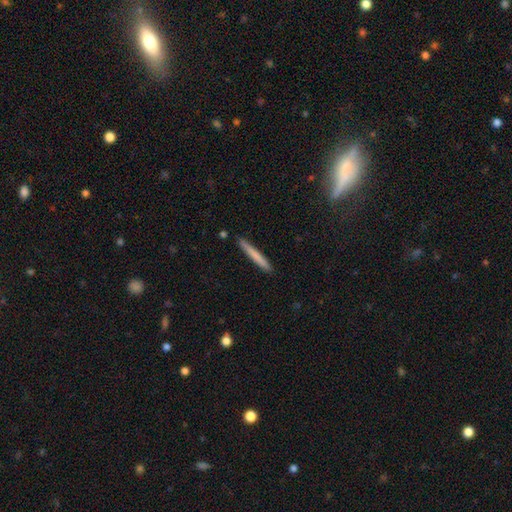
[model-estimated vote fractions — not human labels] Smooth or featured? smooth (72%)
How rounded? cigar-shaped (97%)
Merging? none (90%)